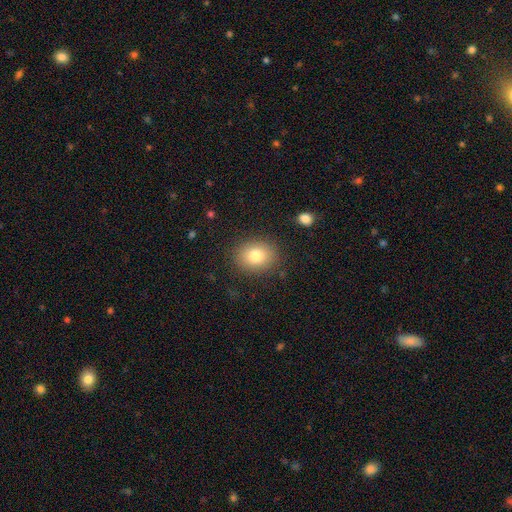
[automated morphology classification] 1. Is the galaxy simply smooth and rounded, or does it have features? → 79% smooth, 11% featured or disk, 10% star or artifact.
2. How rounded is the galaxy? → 59% round, 40% in between, 1% cigar-shaped.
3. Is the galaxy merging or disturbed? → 86% none, 9% minor disturbance, 3% major disturbance, 1% merger.